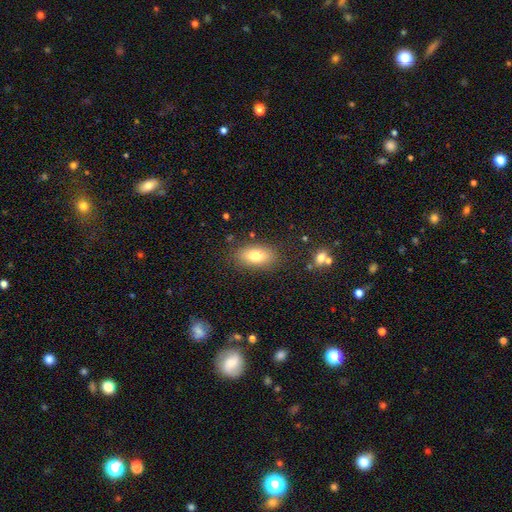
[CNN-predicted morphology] Smooth or featured: smooth — 78% (featured or disk — 14%)
How rounded: in between — 88% (round — 7%)
Merging: none — 83% (minor disturbance — 11%)